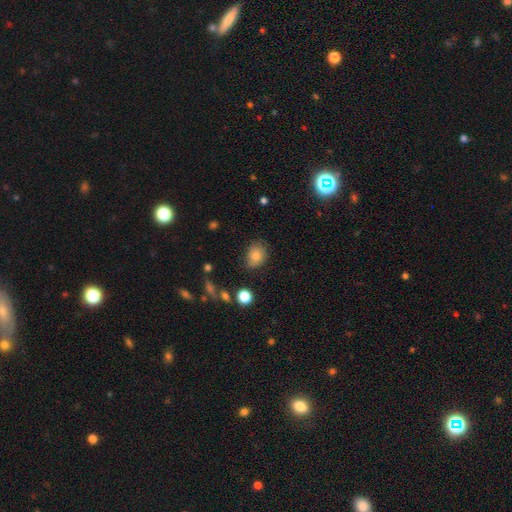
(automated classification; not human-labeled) Morphology: type=smooth (81%); roundness=in between (69%); merging=none (73%).